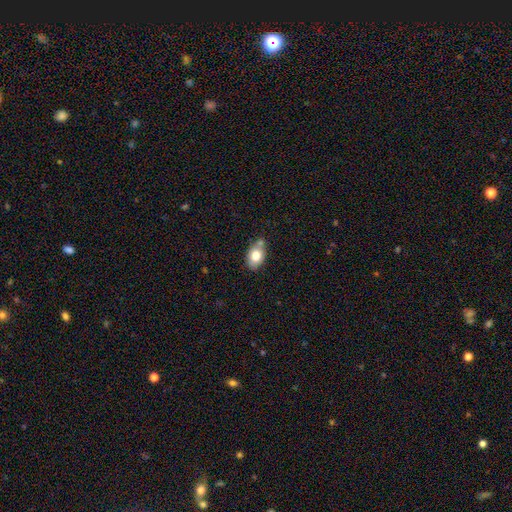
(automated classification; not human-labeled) Morphology: type=smooth (77%); roundness=in between (81%); merging=none (64%).